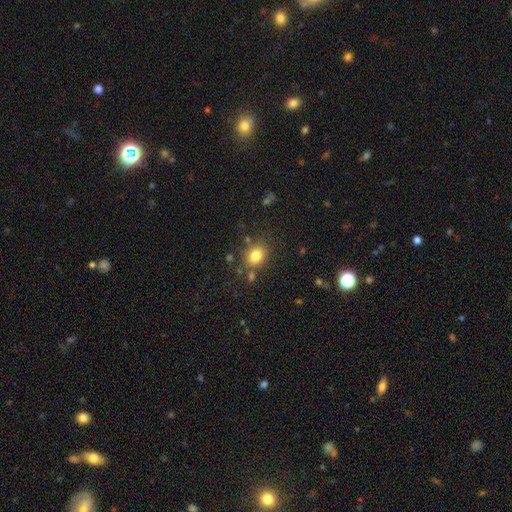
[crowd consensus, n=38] smooth_or_featured: smooth (p=0.79) [alt: featured or disk p=0.13]
how_rounded: round (p=0.53) [alt: in between p=0.47]
merging: none (p=0.63) [alt: major disturbance p=0.17]